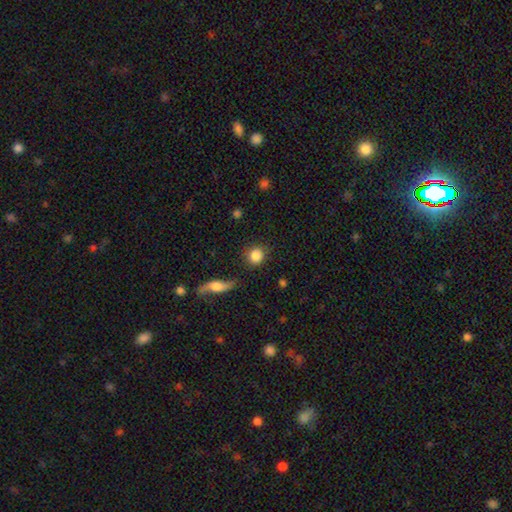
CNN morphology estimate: Smooth or featured: smooth — 85% (featured or disk — 8%)
How rounded: round — 88% (in between — 11%)
Merging: none — 82% (minor disturbance — 11%)